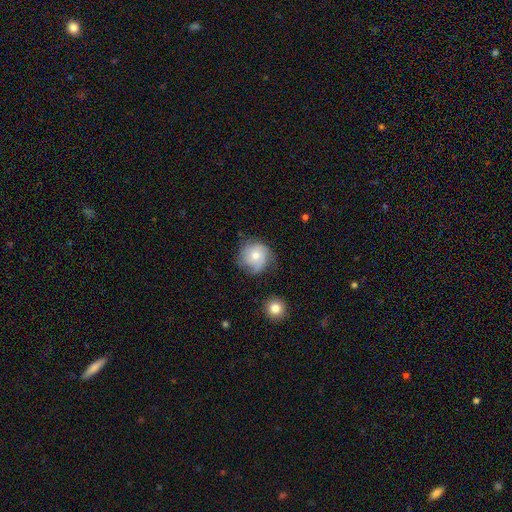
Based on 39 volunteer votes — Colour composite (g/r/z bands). It shows a smooth galaxy with no disk features (51%) that is round (90%). Merging: none (58%).